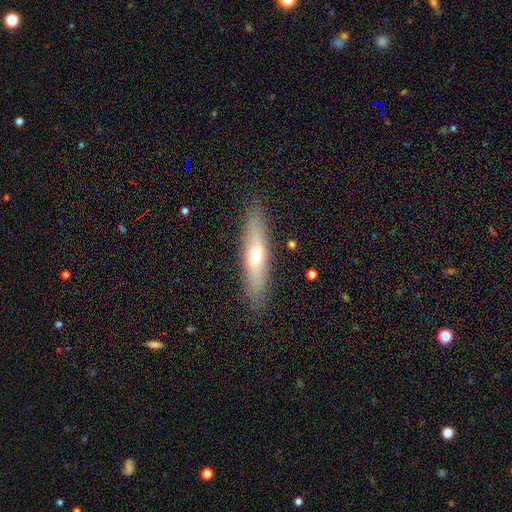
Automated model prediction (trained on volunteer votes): A smooth galaxy with no disk features (50%). Merging: none (88%).